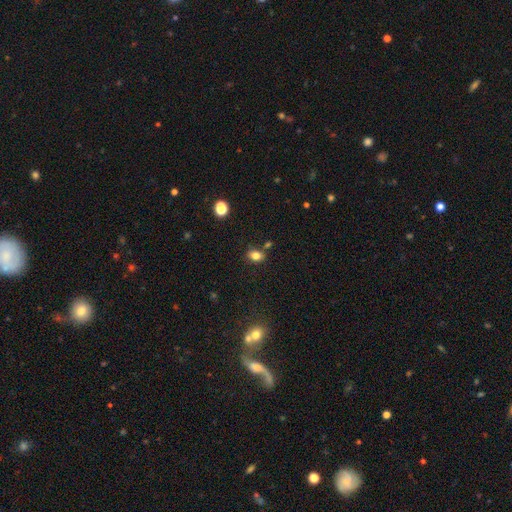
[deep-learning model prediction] Smooth or featured?
  - smooth: 79% *
  - star or artifact: 13%
  - featured or disk: 8%
How rounded?
  - in between: 70% *
  - round: 28%
  - cigar-shaped: 1%
Merging?
  - none: 76% *
  - minor disturbance: 13%
  - merger: 8%
  - major disturbance: 3%